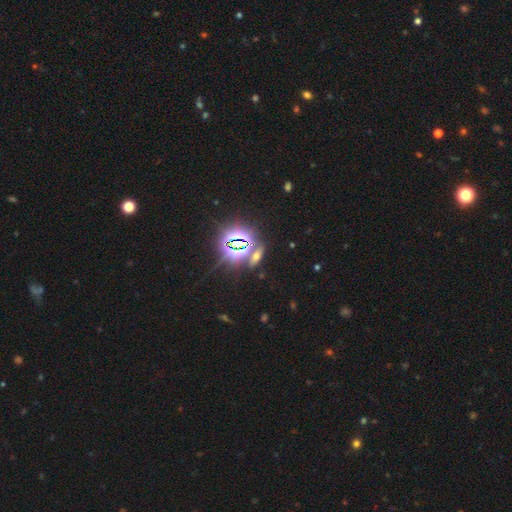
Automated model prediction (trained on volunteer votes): A star or artifact, not a galaxy (54%).

Vote fractions:
- Smooth or featured? star or artifact: 54% / smooth: 29% / featured or disk: 17%